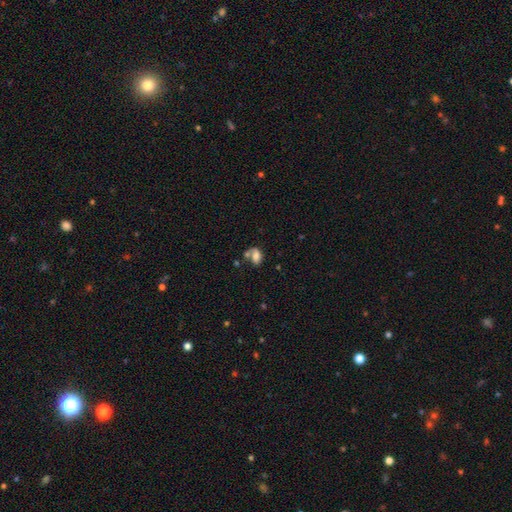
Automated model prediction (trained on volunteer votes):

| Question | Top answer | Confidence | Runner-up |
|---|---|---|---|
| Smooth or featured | smooth | 69% | featured or disk (19%) |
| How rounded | in between | 84% | round (13%) |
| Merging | merger | 36% | none (32%) |